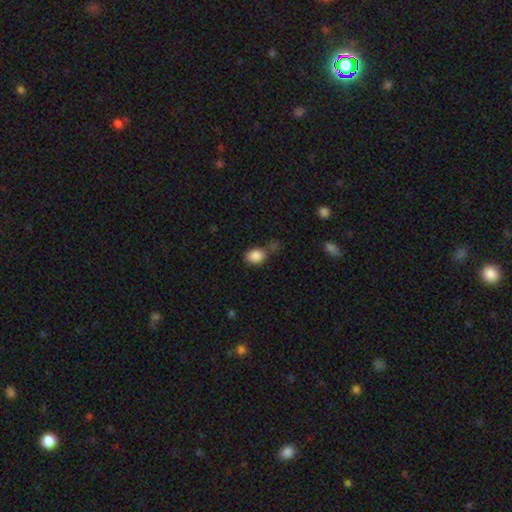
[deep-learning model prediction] smooth-or-featured: smooth: 87% | star or artifact: 9% | featured or disk: 4%
  how-rounded: in between: 69% | round: 30% | cigar-shaped: 1%
  merging: none: 61% | minor disturbance: 20% | merger: 12% | major disturbance: 7%